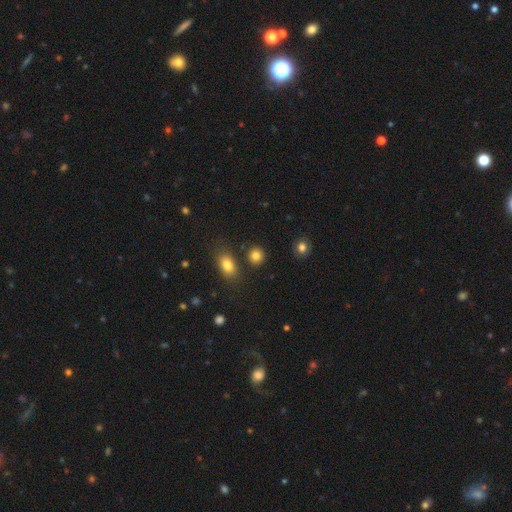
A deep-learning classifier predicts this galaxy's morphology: The model was most divided on "how rounded": round: 80%, in between: 18%, cigar-shaped: 1%. More confident: smooth or featured — smooth (83%); merging — none (83%).